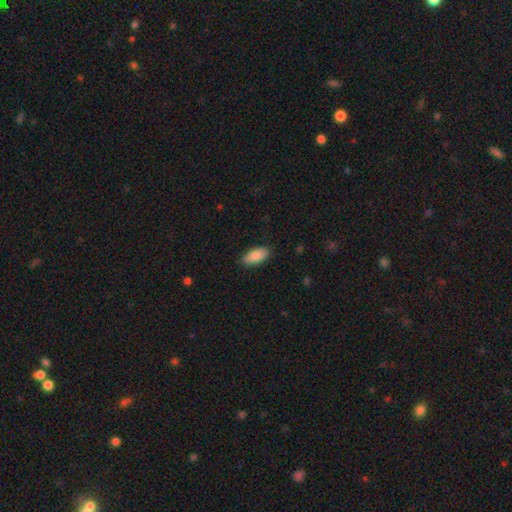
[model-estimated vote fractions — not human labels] Smooth or featured? smooth (83%)
How rounded? in between (90%)
Merging? none (82%)